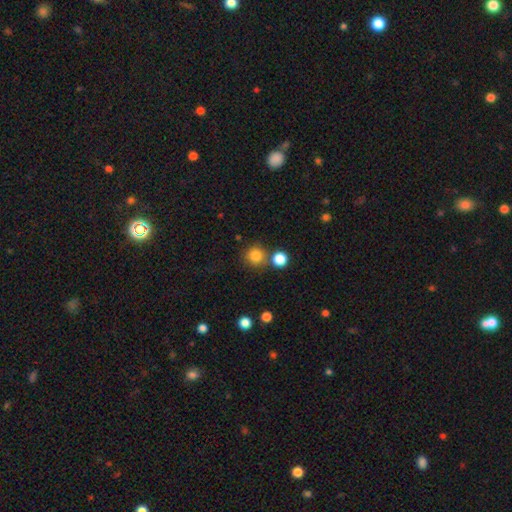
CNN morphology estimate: The model was most divided on "merging": none: 75%, merger: 14%, minor disturbance: 8%, major disturbance: 3%. More confident: how rounded — round (93%); smooth or featured — smooth (82%).